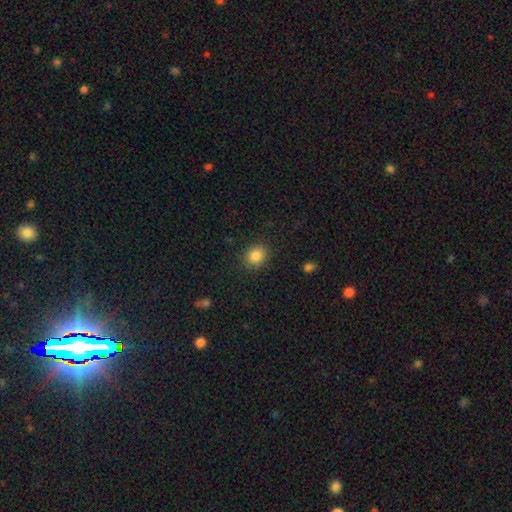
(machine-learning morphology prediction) Smooth or featured? smooth (86%)
How rounded? round (68%)
Merging? none (87%)